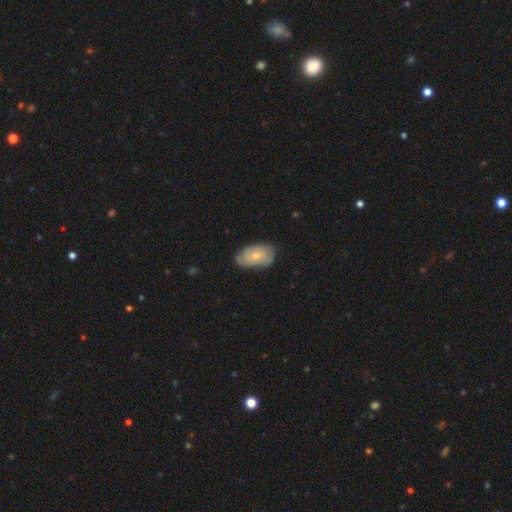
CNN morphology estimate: Smooth or featured? Predicted: smooth (p=0.51). How rounded? Predicted: in between (p=0.92). Merging? Predicted: none (p=0.69).